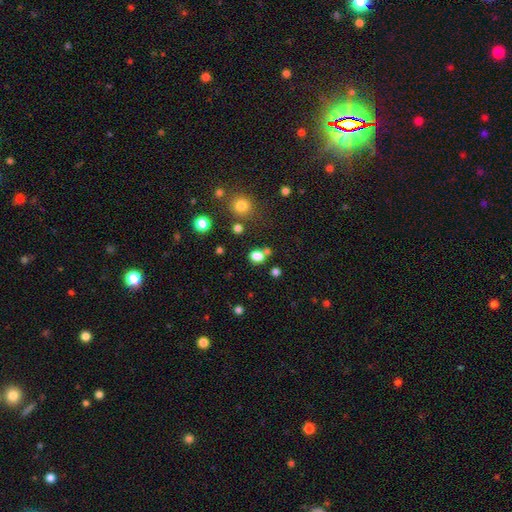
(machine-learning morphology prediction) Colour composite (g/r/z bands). It shows a smooth galaxy with no disk features (76%) that is round (58%). Merging: none (67%).